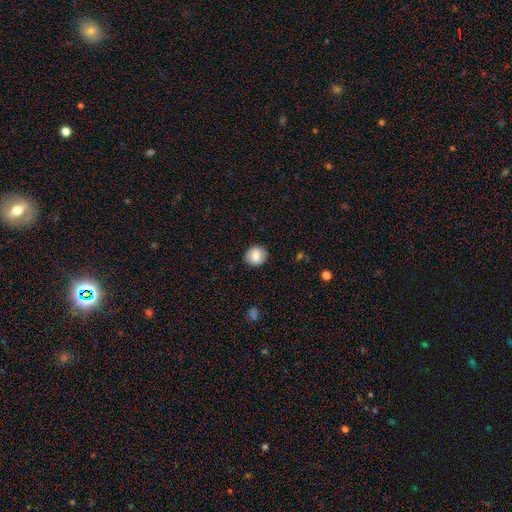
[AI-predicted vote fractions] Morphology: type=smooth (78%); roundness=round (81%); merging=none (89%).